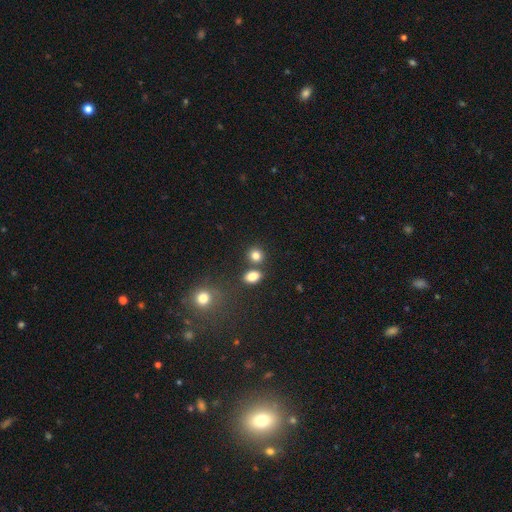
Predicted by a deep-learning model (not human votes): smooth-or-featured: smooth: 81% | star or artifact: 12% | featured or disk: 7%
  how-rounded: round: 71% | in between: 28% | cigar-shaped: 1%
  merging: none: 69% | merger: 19% | minor disturbance: 8% | major disturbance: 3%